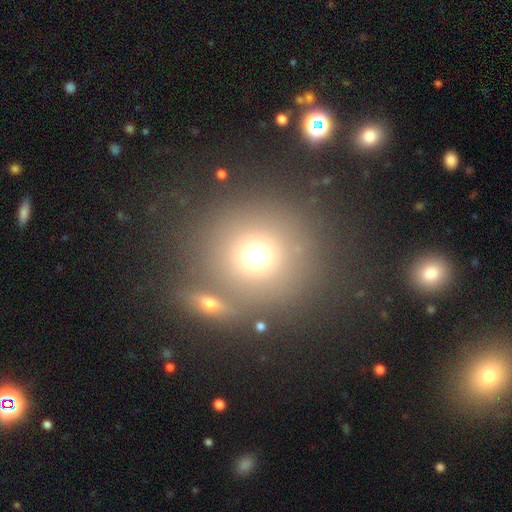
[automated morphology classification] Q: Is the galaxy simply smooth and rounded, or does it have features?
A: smooth — 67%.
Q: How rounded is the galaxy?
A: round — 92%.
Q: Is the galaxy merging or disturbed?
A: none — 73%.